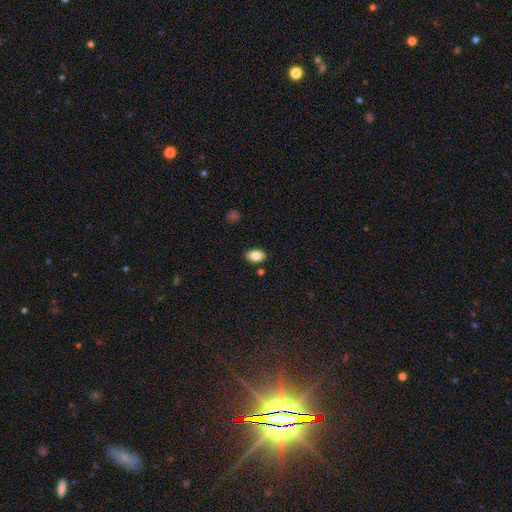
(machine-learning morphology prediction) The model was most divided on "smooth or featured": smooth: 84%, featured or disk: 8%, star or artifact: 8%. More confident: how rounded — in between (91%); merging — none (87%).